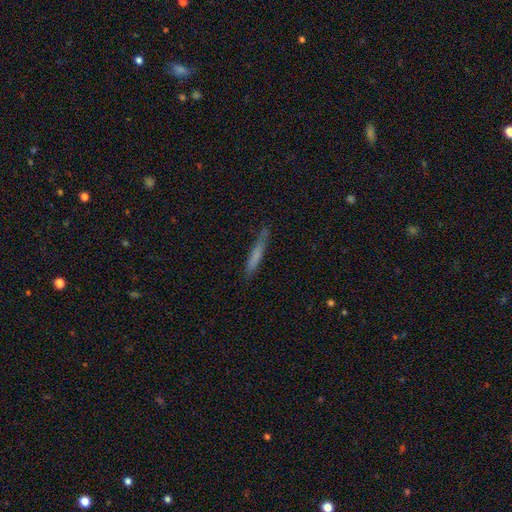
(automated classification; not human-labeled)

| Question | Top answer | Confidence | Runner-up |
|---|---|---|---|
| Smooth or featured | smooth | 67% | featured or disk (26%) |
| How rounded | cigar-shaped | 94% | in between (5%) |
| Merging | none | 80% | minor disturbance (16%) |